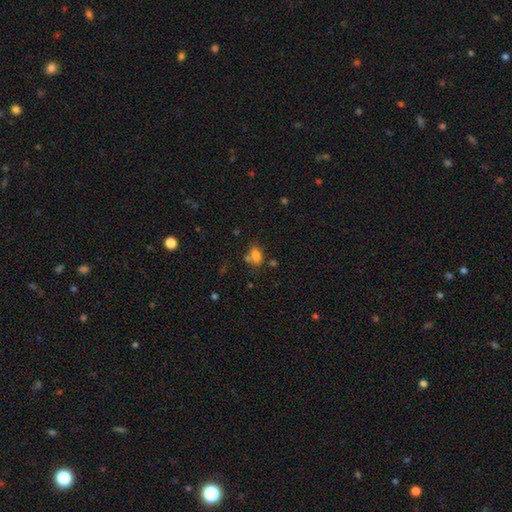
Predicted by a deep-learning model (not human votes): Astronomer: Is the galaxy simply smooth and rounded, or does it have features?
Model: smooth — 77%.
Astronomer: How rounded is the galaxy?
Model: in between — 83%.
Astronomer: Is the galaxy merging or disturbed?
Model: none — 54%.